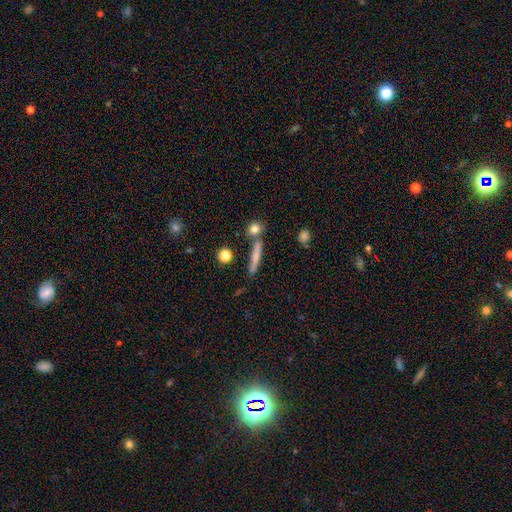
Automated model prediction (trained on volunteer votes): A smooth galaxy with no disk features (68%) that is cigar-shaped (86%). Merging: none (75%).